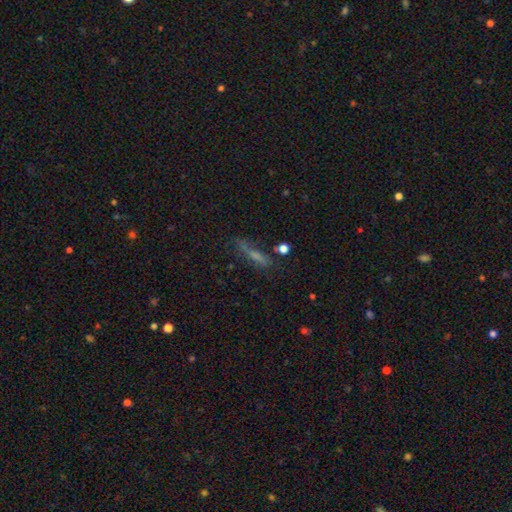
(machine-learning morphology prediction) The model was most divided on "smooth or featured": smooth: 57%, featured or disk: 27%, star or artifact: 16%. More confident: how rounded — cigar-shaped (76%); merging — none (57%).